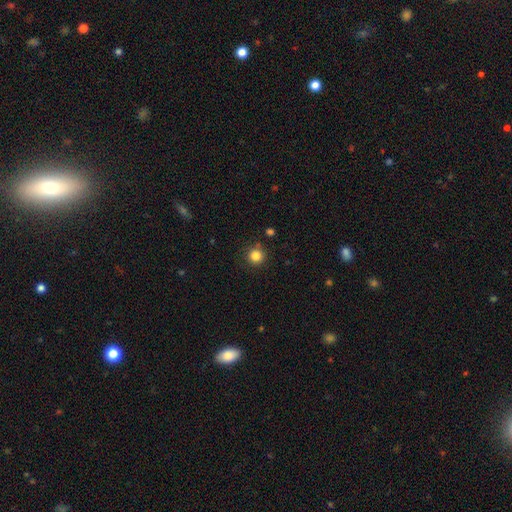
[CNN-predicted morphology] smooth_or_featured: smooth (p=0.84) [alt: star or artifact p=0.12]
how_rounded: round (p=0.95) [alt: in between p=0.04]
merging: none (p=0.87) [alt: minor disturbance p=0.07]